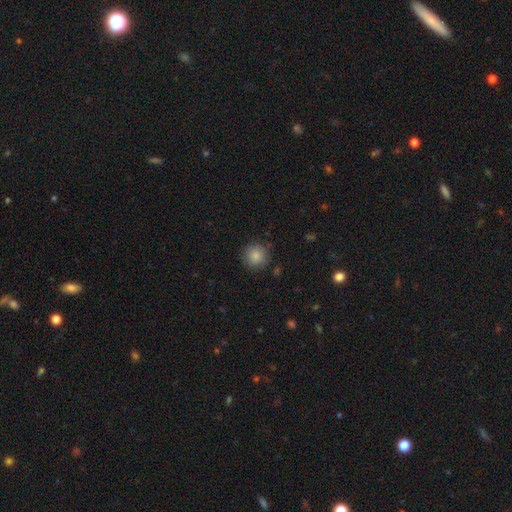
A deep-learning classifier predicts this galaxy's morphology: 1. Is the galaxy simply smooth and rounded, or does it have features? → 86% smooth, 9% star or artifact, 5% featured or disk.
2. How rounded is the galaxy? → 94% round, 5% in between, 1% cigar-shaped.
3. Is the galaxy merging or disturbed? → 87% none, 9% minor disturbance, 3% major disturbance, 1% merger.